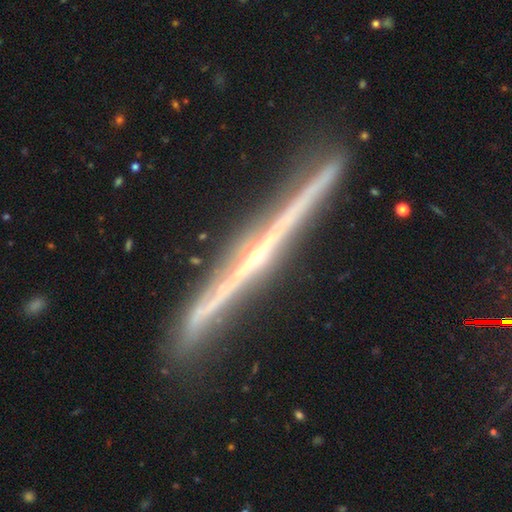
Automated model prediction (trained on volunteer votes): Morphology: type=featured or disk (86%); edge-on=yes (98%); edge-on bulge=rounded (67%); merging=none (89%).